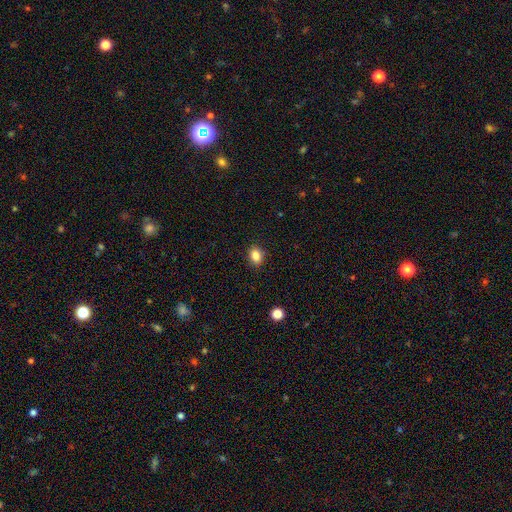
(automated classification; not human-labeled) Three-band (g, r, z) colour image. It shows a smooth galaxy with no disk features (84%) that is in between round and cigar-shaped (64%). Merging: none (89%).